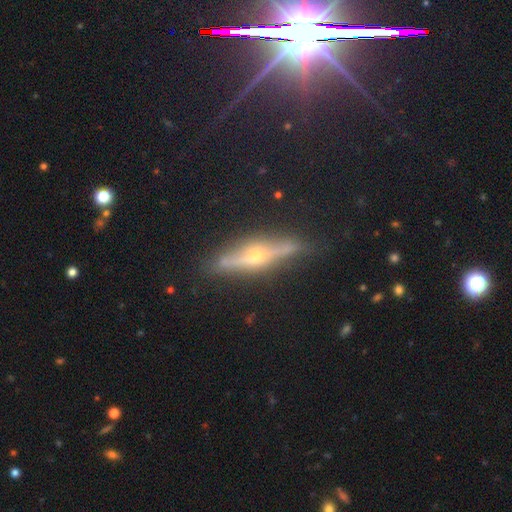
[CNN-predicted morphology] Smooth or featured: featured or disk — 77% (smooth — 13%)
Edge-on disk: yes — 93% (no — 7%)
Edge-on bulge: rounded — 92% (none — 5%)
Merging: none — 85% (minor disturbance — 10%)